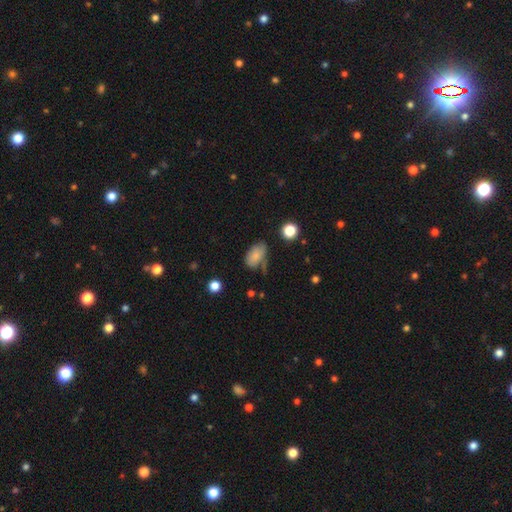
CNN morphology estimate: A smooth galaxy with no disk features (78%) that is in between round and cigar-shaped (89%).

Vote fractions:
- Smooth or featured? smooth: 78% / featured or disk: 12% / star or artifact: 10%
- How rounded? in between: 89% / round: 9% / cigar-shaped: 2%
- Merging? none: 47% / minor disturbance: 32% / major disturbance: 13% / merger: 8%